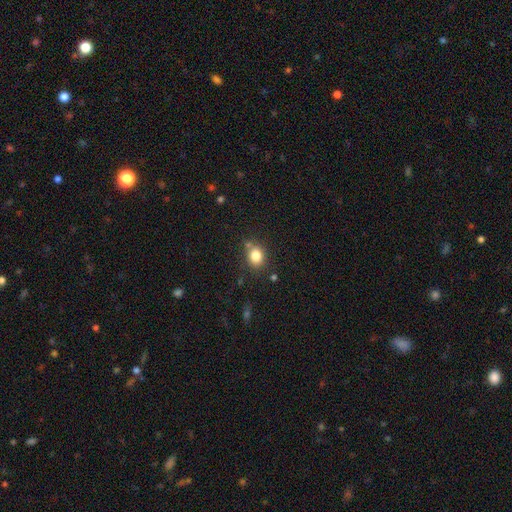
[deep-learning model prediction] Q: Smooth or featured?
A: smooth (82%); runner-up: star or artifact (11%)
Q: How rounded?
A: round (61%); runner-up: in between (38%)
Q: Merging?
A: none (74%); runner-up: minor disturbance (13%)